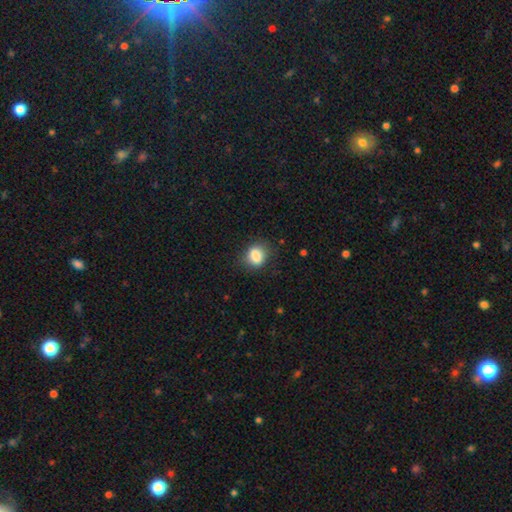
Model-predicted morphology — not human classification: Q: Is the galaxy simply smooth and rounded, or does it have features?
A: smooth — 84%.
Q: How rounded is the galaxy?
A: in between — 56%.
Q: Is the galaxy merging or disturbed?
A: none — 76%.